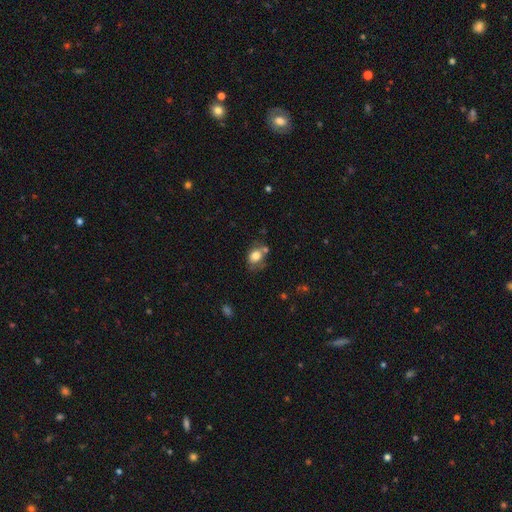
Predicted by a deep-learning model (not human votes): This is likely a smooth galaxy (77%). How rounded: likely in between (60%). Merging: possibly none (49%).